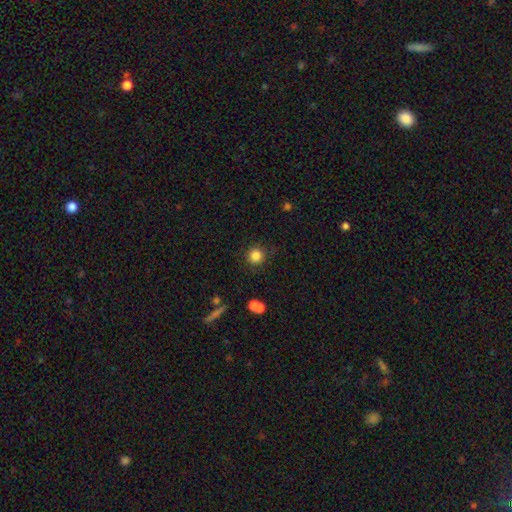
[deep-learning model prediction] A smooth galaxy with no disk features (84%) that is round (93%). Merging: none (84%).